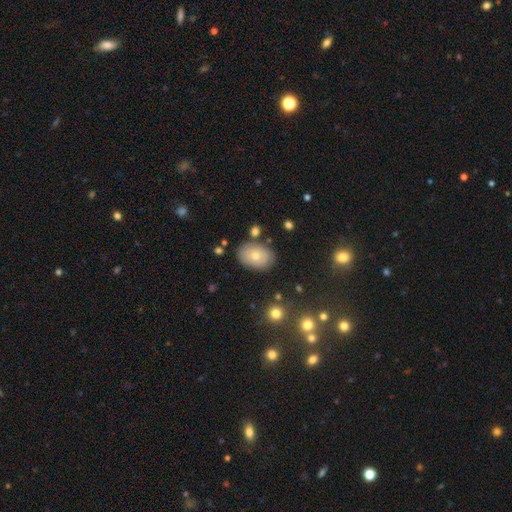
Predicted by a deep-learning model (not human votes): Smooth or featured?
  - smooth: 70% *
  - featured or disk: 21%
  - star or artifact: 8%
How rounded?
  - in between: 86% *
  - round: 13%
  - cigar-shaped: 1%
Merging?
  - none: 81% *
  - minor disturbance: 12%
  - merger: 3%
  - major disturbance: 3%